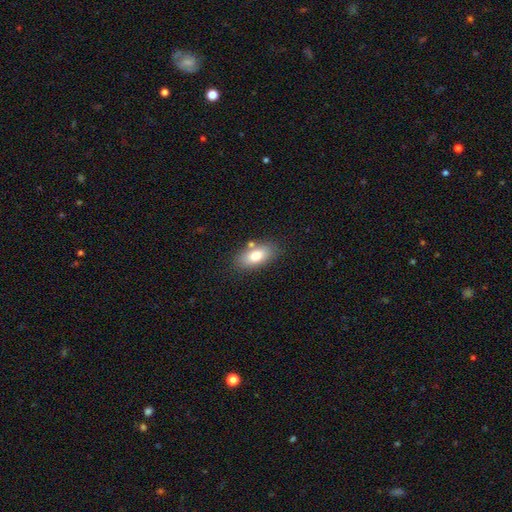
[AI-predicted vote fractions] A smooth galaxy with no disk features (78%) that is in between round and cigar-shaped (89%).

Vote fractions:
- Smooth or featured? smooth: 78% / featured or disk: 14% / star or artifact: 8%
- How rounded? in between: 89% / cigar-shaped: 6% / round: 5%
- Merging? none: 77% / minor disturbance: 12% / merger: 8% / major disturbance: 3%